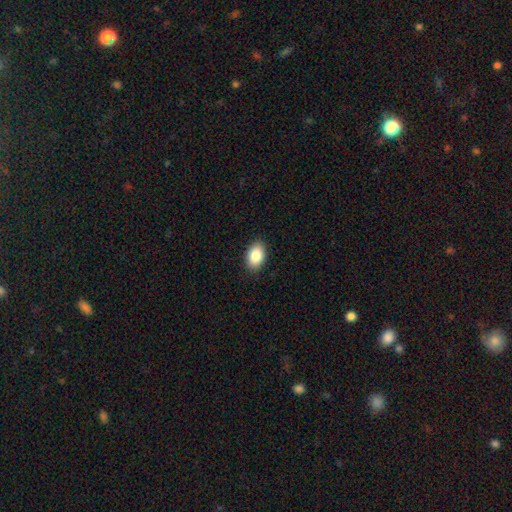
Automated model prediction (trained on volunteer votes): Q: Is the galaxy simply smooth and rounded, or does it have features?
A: smooth — 87%.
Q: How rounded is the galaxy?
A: in between — 88%.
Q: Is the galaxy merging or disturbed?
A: none — 89%.